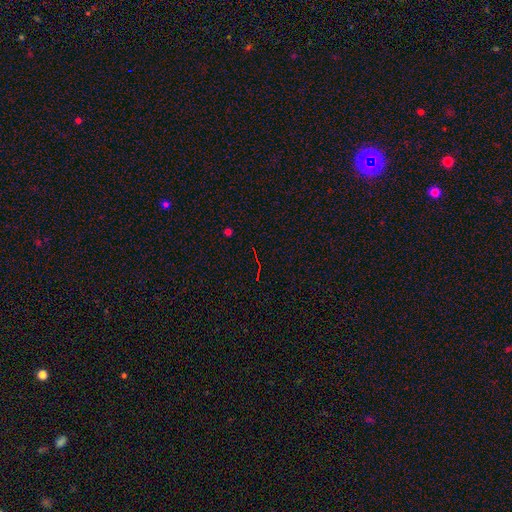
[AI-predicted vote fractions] smooth_or_featured: star or artifact (p=0.73) [alt: smooth p=0.15]